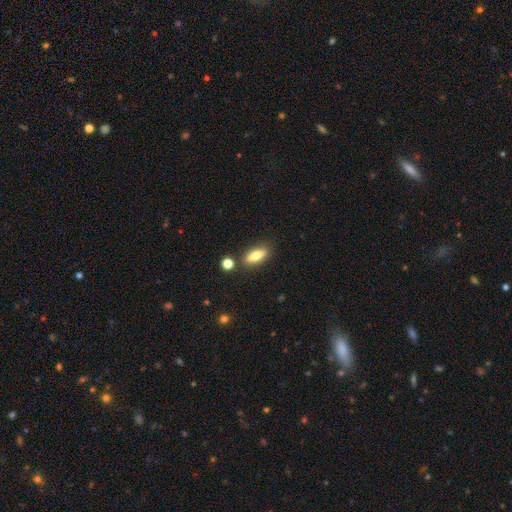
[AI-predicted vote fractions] smooth 75%, featured or disk 18%, star or artifact 7%. Down the decision tree: how rounded — in between (67%); merging — none (82%).